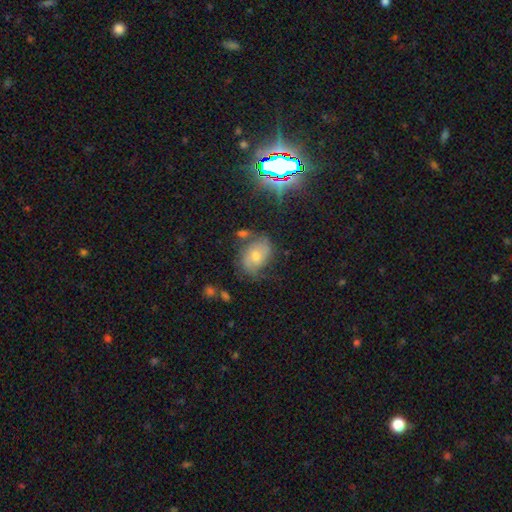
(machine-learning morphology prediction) Overall: featured or disk (51%; smooth 36%). Edge-on disk: no (96%). Merging: none (55%; minor disturbance 24%).